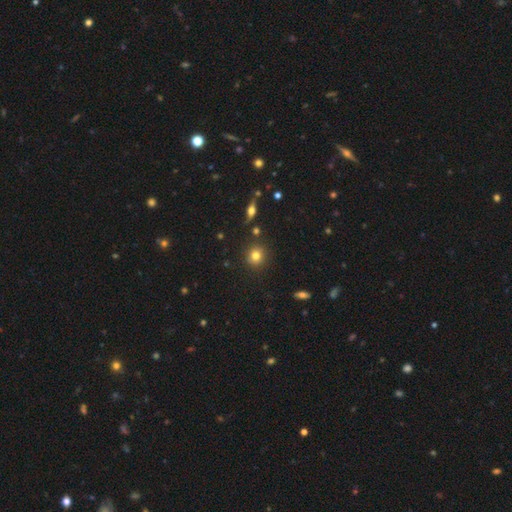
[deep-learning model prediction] A smooth galaxy with no disk features (78%) that is round (89%).

Vote fractions:
- Smooth or featured? smooth: 78% / star or artifact: 12% / featured or disk: 10%
- How rounded? round: 89% / in between: 10% / cigar-shaped: 1%
- Merging? none: 87% / minor disturbance: 7% / merger: 4% / major disturbance: 2%